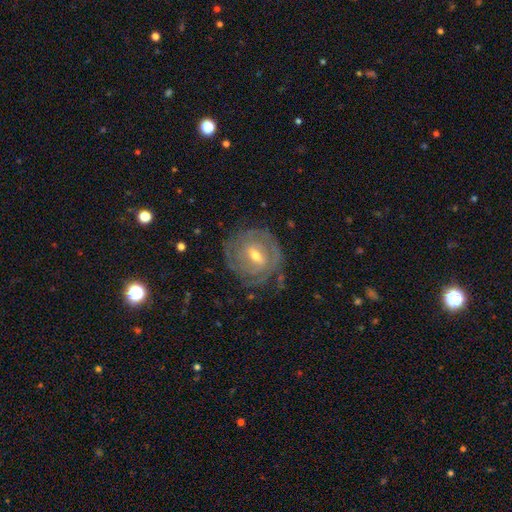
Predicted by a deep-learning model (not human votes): A featured or disk galaxy (83%) with a weak bar (54%), tight (74%) spiral arms (90%) and a moderate central bulge (56%).

Vote fractions:
- Smooth or featured? featured or disk: 83% / smooth: 11% / star or artifact: 6%
- Edge-on disk? no: 96% / yes: 4%
- Bar? weak: 54% / strong: 25% / no: 22%
- Spiral arms? yes: 90% / no: 10%
- Spiral winding? tight: 74% / medium: 21% / loose: 5%
- Spiral arm count? can't tell: 41% / 2: 24% / 3: 17% / 4: 9% / 1: 5% / more than 4: 5%
- Bulge size? moderate: 56% / small: 40% / large: 2% / none: 1% / dominant: 1%
- Merging? none: 73% / minor disturbance: 18% / major disturbance: 8% / merger: 2%